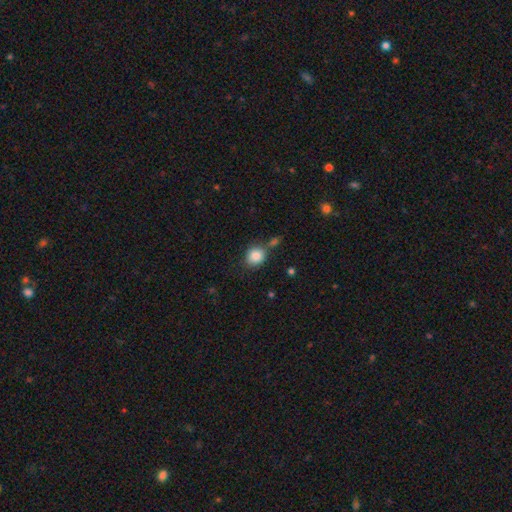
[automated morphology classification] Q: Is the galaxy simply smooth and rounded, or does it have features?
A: smooth — 86%.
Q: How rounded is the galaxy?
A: round — 78%.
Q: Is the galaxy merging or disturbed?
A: none — 67%.